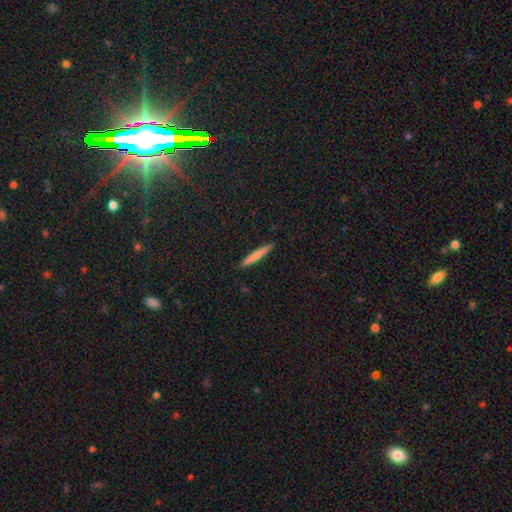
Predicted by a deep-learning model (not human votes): smooth 73%, featured or disk 21%, star or artifact 6%. Down the decision tree: how rounded — cigar-shaped (95%); merging — none (91%).